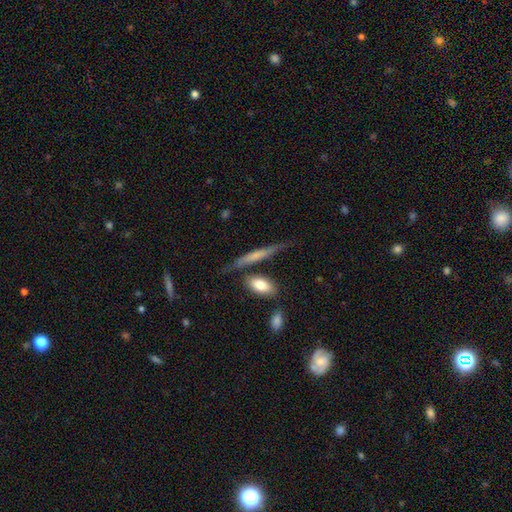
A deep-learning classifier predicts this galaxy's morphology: Overall: smooth (47%; featured or disk 46%). Merging: none (70%).